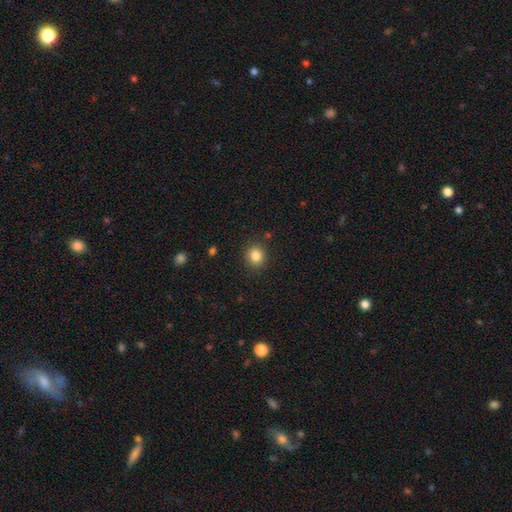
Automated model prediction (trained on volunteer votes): Smooth or featured: smooth — 84% (star or artifact — 11%)
How rounded: round — 87% (in between — 12%)
Merging: none — 88% (minor disturbance — 7%)